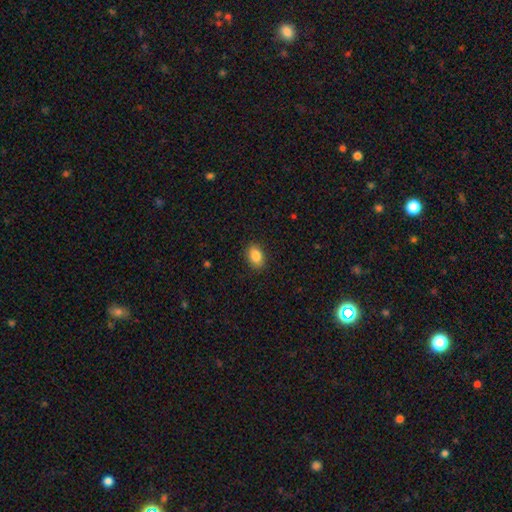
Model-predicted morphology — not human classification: This appears to be a smooth galaxy with no disk features (87%) that is in between round and cigar-shaped (83%). Merging: none (88%).